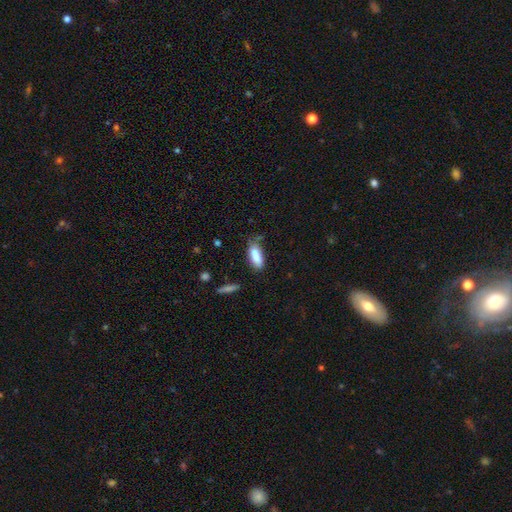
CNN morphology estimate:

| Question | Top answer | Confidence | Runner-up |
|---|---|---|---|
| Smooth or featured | smooth | 84% | featured or disk (8%) |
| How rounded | in between | 73% | cigar-shaped (25%) |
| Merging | none | 62% | minor disturbance (28%) |